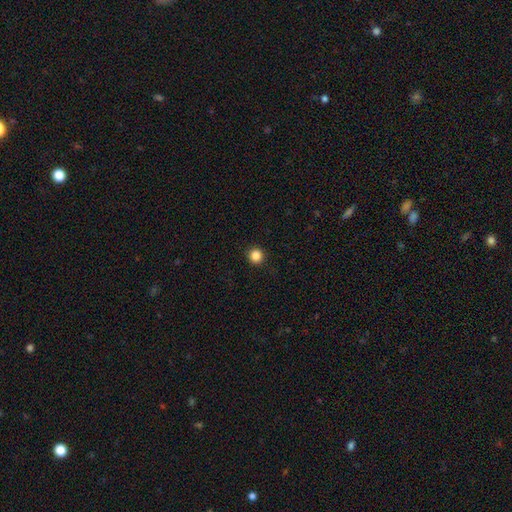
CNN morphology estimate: smooth_or_featured: smooth (p=0.85) [alt: star or artifact p=0.11]
how_rounded: round (p=0.95) [alt: in between p=0.04]
merging: none (p=0.93) [alt: minor disturbance p=0.05]